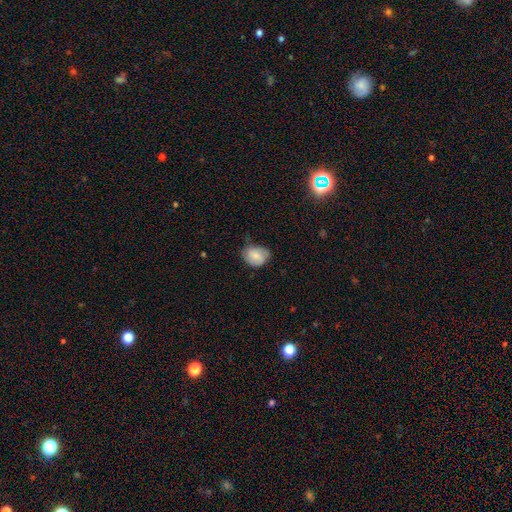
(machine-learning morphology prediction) This appears to be a smooth galaxy with no disk features (75%) that is in between round and cigar-shaped (54%). Merging: none (52%).